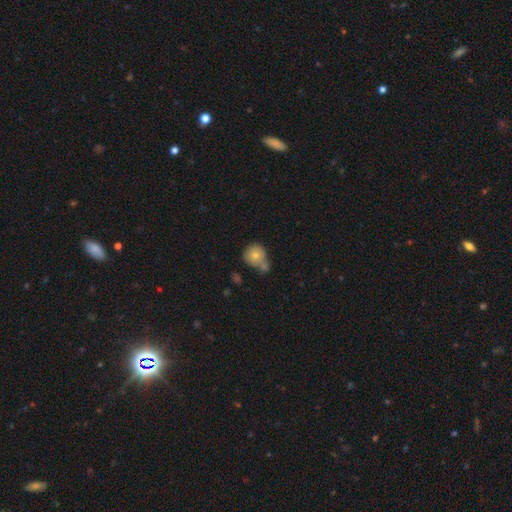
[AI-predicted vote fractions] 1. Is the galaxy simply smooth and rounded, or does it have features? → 78% smooth, 13% featured or disk, 9% star or artifact.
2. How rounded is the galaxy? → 86% round, 13% in between, 1% cigar-shaped.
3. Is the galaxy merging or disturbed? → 43% none, 39% merger, 13% minor disturbance, 4% major disturbance.